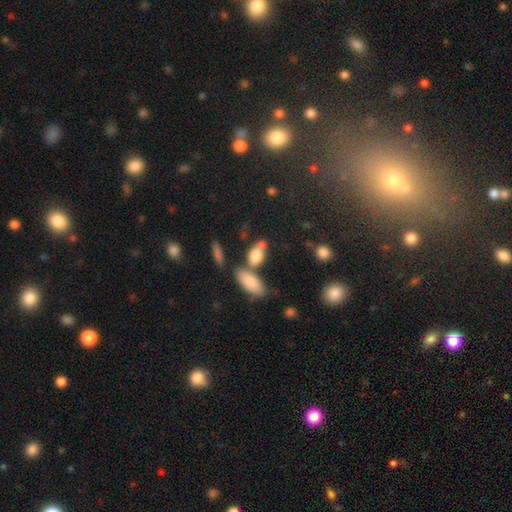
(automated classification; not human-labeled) smooth-or-featured: smooth: 77% | featured or disk: 14% | star or artifact: 9%
  how-rounded: in between: 80% | round: 11% | cigar-shaped: 9%
  merging: none: 43% | merger: 33% | minor disturbance: 17% | major disturbance: 7%